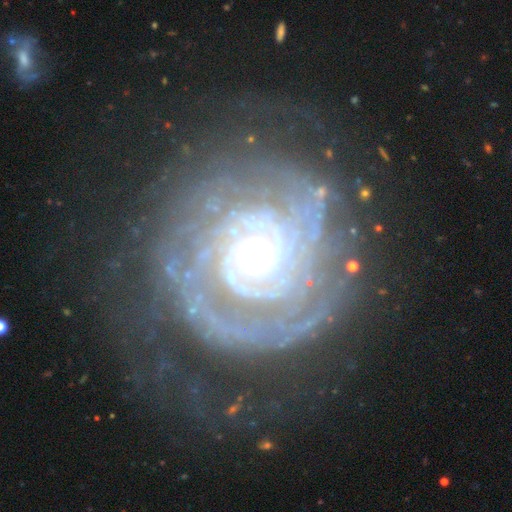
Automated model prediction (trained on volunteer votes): The model was most divided on "spiral arm count": can't tell: 34%, 2: 22%, 3: 14%, more than 4: 12%, 4: 11%, 1: 8%. More confident: edge-on disk — no (97%); spiral arms — yes (95%); smooth or featured — featured or disk (89%); spiral winding — tight (80%); bar — no (75%); merging — none (68%); bulge size — moderate (60%).